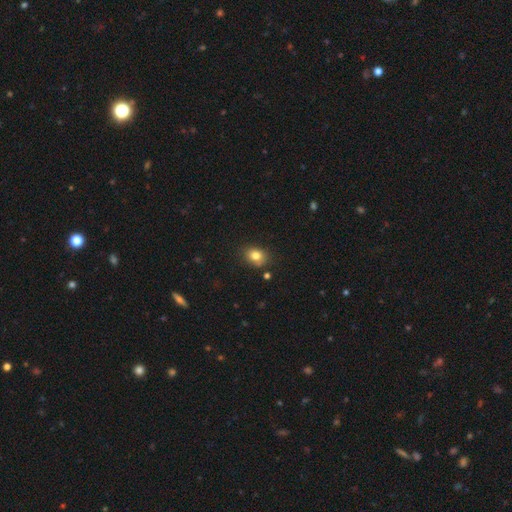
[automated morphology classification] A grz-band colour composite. It shows a smooth galaxy with no disk features (81%) that is in between round and cigar-shaped (54%). Merging: none (78%).